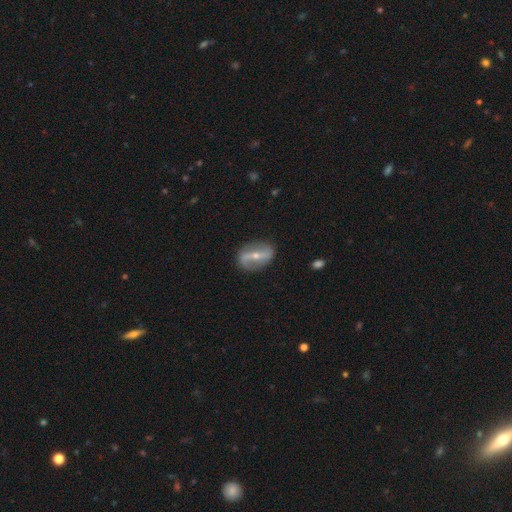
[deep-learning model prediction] Overall: featured or disk (78%). Edge-on disk: no (90%). Bar: strong (68%). Spiral arms: yes (72%). Spiral arm count: 2 (89%). Spiral winding: loose (58%; medium 28%). Bulge size: small (54%; moderate 42%). Merging: none (83%).